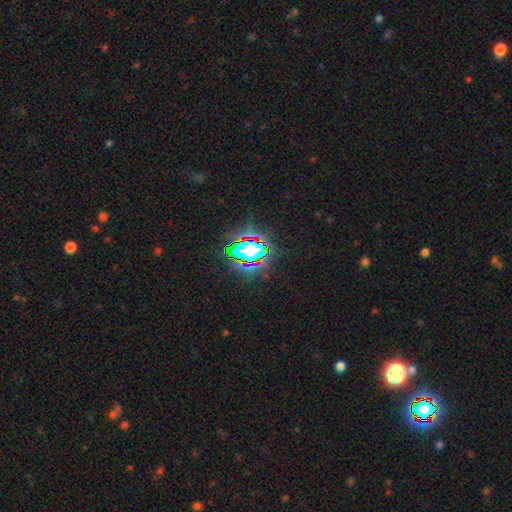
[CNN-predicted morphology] type=star or artifact (64%).